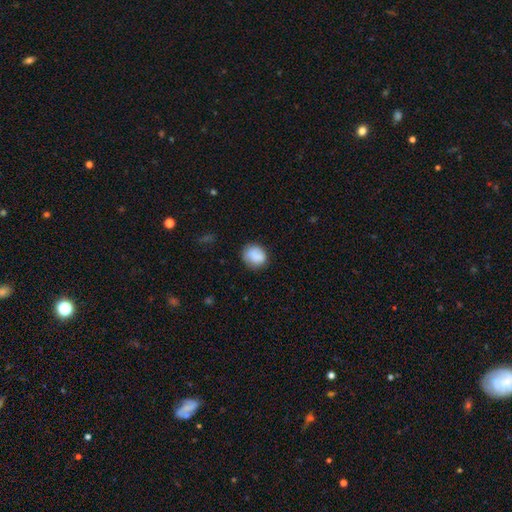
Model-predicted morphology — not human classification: type=smooth (85%); roundness=round (72%); merging=none (76%).